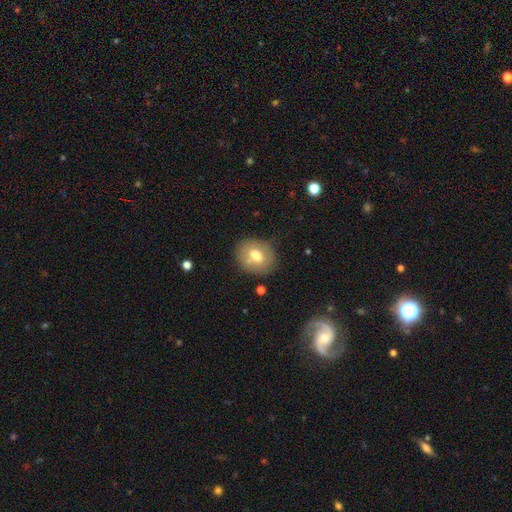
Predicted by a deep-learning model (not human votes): Smooth or featured: smooth — 69% (featured or disk — 23%)
How rounded: round — 57% (in between — 42%)
Merging: none — 78% (minor disturbance — 13%)